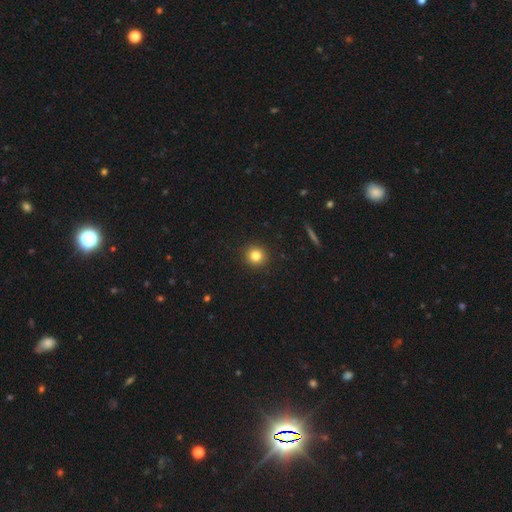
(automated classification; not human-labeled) This appears to be a smooth galaxy with no disk features (82%) that is round (93%). Merging: none (92%).